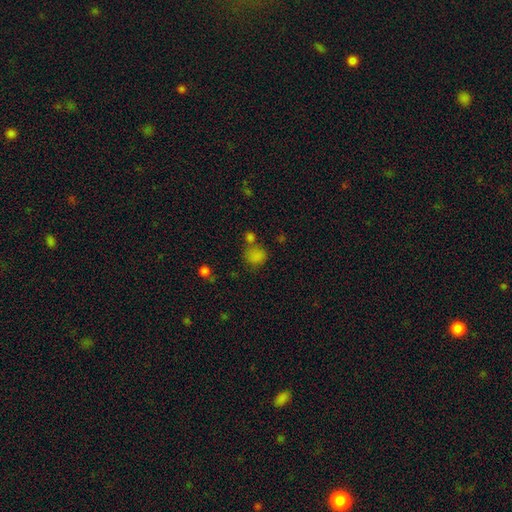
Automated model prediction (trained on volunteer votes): Smooth or featured?
  - smooth: 79% *
  - star or artifact: 16%
  - featured or disk: 6%
How rounded?
  - round: 74% *
  - in between: 25%
  - cigar-shaped: 1%
Merging?
  - none: 59% *
  - merger: 20%
  - minor disturbance: 14%
  - major disturbance: 7%